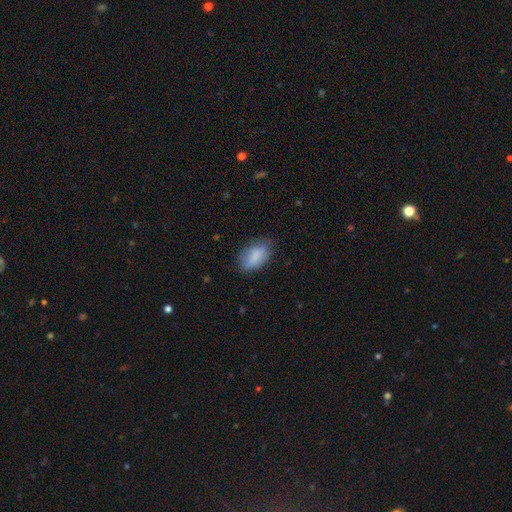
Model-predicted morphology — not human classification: Q: Smooth or featured?
A: smooth (84%); runner-up: featured or disk (9%)
Q: How rounded?
A: in between (92%); runner-up: round (6%)
Q: Merging?
A: none (72%); runner-up: minor disturbance (21%)